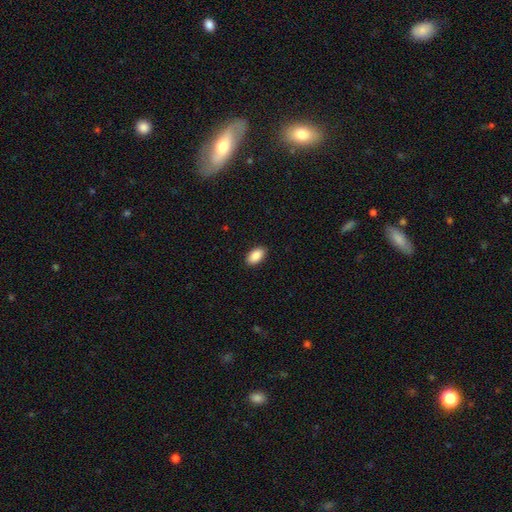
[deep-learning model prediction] Smooth or featured?
  - smooth: 89% *
  - star or artifact: 7%
  - featured or disk: 4%
How rounded?
  - in between: 94% *
  - round: 4%
  - cigar-shaped: 2%
Merging?
  - none: 90% *
  - minor disturbance: 8%
  - major disturbance: 2%
  - merger: 1%